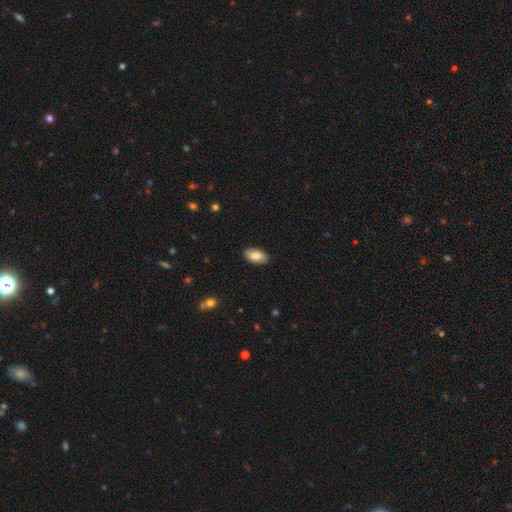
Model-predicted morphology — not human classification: Smooth or featured: smooth — 80% (featured or disk — 14%)
How rounded: in between — 94% (round — 4%)
Merging: none — 88% (minor disturbance — 9%)